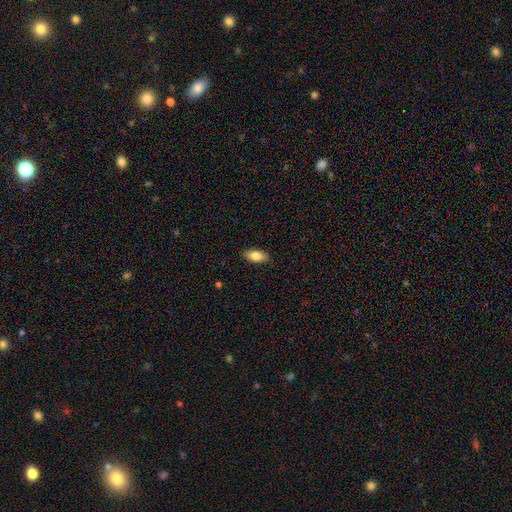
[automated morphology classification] This is clearly a smooth galaxy (82%). How rounded: clearly in between (90%). Merging: clearly none (88%).